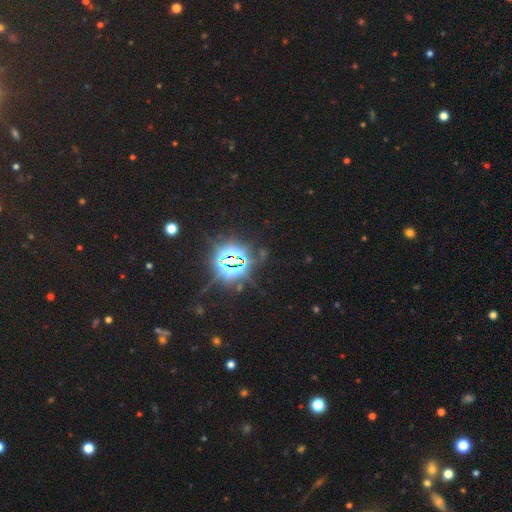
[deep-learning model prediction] A star or artifact, not a galaxy (84%).